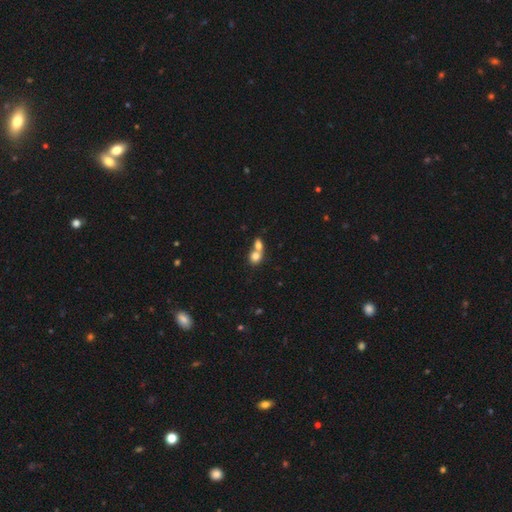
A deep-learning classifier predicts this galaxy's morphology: A smooth galaxy with no disk features (77%) that is round (61%).

Vote fractions:
- Smooth or featured? smooth: 77% / featured or disk: 14% / star or artifact: 9%
- How rounded? round: 61% / in between: 37% / cigar-shaped: 2%
- Merging? merger: 69% / none: 23% / minor disturbance: 5% / major disturbance: 3%